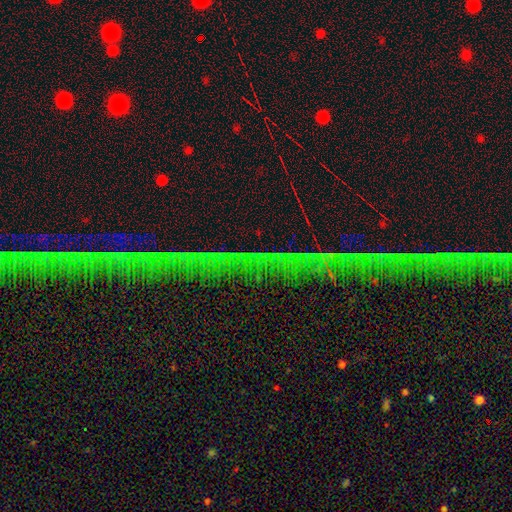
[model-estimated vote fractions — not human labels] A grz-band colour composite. It shows a star or artifact, not a galaxy (85%).